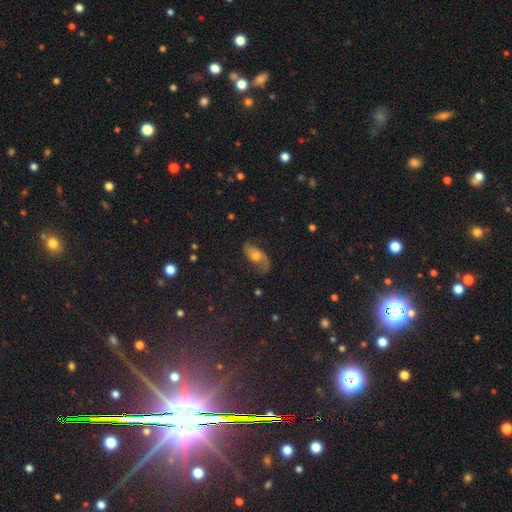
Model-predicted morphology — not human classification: Q: Smooth or featured?
A: featured or disk (62%); runner-up: smooth (27%)
Q: Edge-on disk?
A: no (92%); runner-up: yes (8%)
Q: Bar?
A: no (73%); runner-up: weak (22%)
Q: Spiral arms?
A: yes (86%); runner-up: no (14%)
Q: Bulge size?
A: moderate (67%); runner-up: small (21%)
Q: Merging?
A: none (62%); runner-up: minor disturbance (22%)